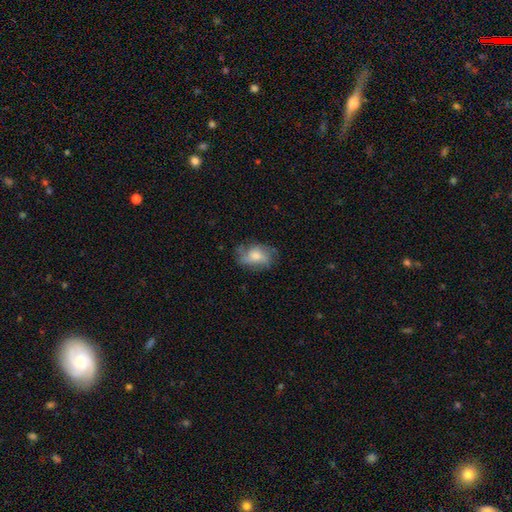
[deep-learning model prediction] Q: Smooth or featured?
A: smooth (49%); runner-up: featured or disk (43%)
Q: Merging?
A: none (59%); runner-up: minor disturbance (25%)